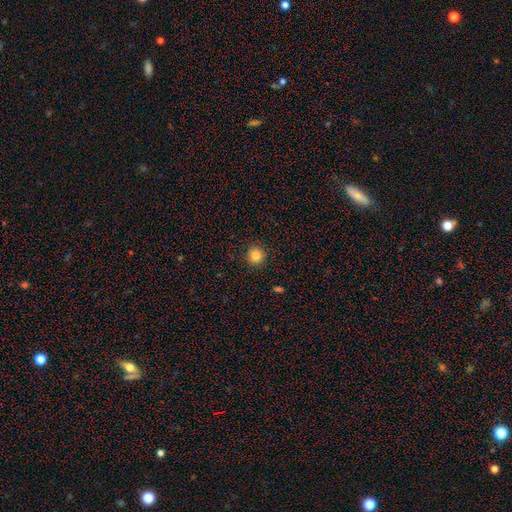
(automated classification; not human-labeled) smooth_or_featured: smooth (p=0.84) [alt: star or artifact p=0.11]
how_rounded: round (p=0.93) [alt: in between p=0.06]
merging: none (p=0.92) [alt: minor disturbance p=0.06]